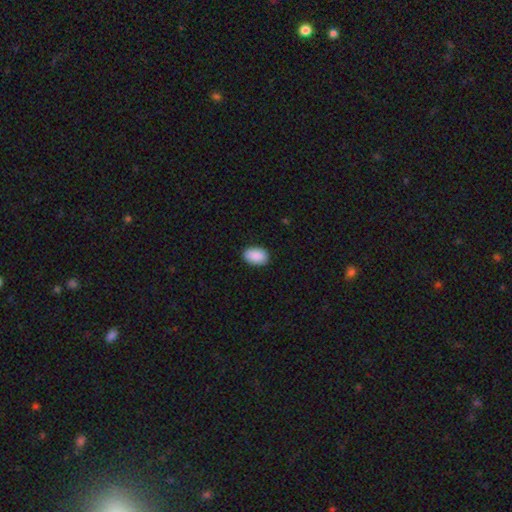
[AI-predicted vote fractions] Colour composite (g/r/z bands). It shows a smooth galaxy with no disk features (91%) that is in between round and cigar-shaped (89%). Merging: none (89%).